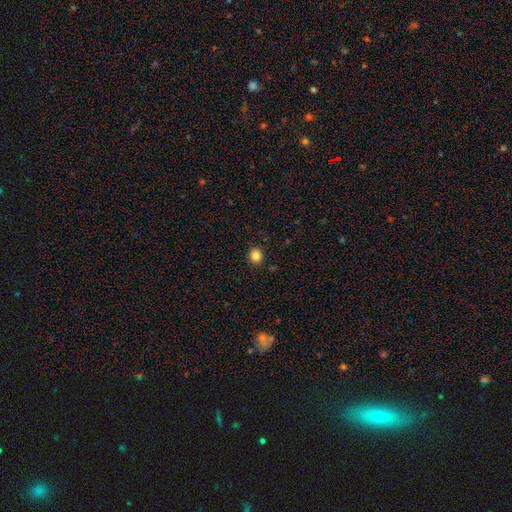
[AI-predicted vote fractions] Smooth or featured: smooth — 84% (star or artifact — 12%)
How rounded: round — 81% (in between — 18%)
Merging: none — 91% (minor disturbance — 6%)